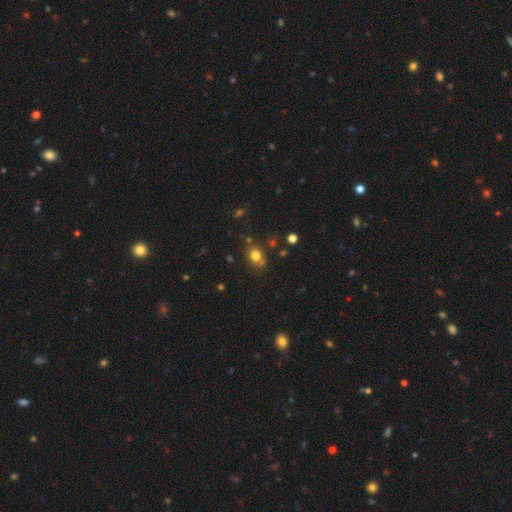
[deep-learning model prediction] smooth_or_featured: smooth (p=0.76) [alt: star or artifact p=0.15]
how_rounded: round (p=0.63) [alt: in between p=0.36]
merging: none (p=0.68) [alt: minor disturbance p=0.15]